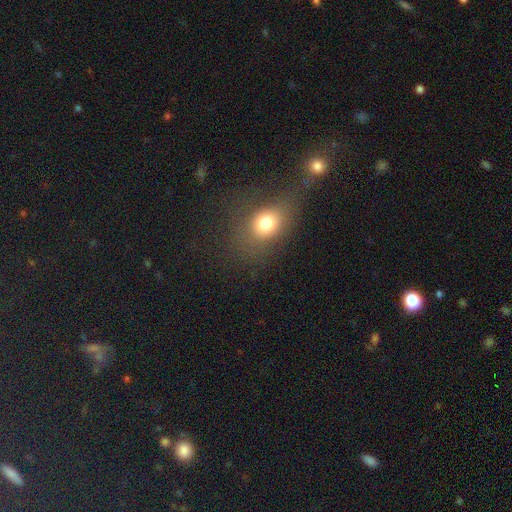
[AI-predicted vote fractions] Smooth or featured?
  - smooth: 58% *
  - star or artifact: 31%
  - featured or disk: 11%
How rounded?
  - round: 55% *
  - in between: 42%
  - cigar-shaped: 3%
Merging?
  - none: 44% *
  - merger: 30%
  - minor disturbance: 14%
  - major disturbance: 11%